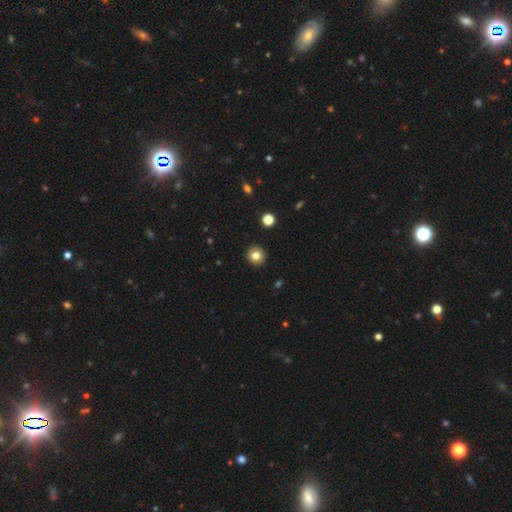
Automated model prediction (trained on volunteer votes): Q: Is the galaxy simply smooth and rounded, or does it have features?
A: smooth — 81%.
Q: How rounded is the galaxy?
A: round — 90%.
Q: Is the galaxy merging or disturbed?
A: none — 92%.